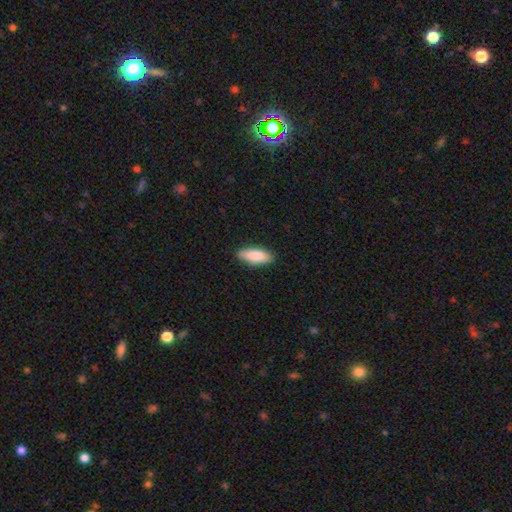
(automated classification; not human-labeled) Q: Smooth or featured?
A: smooth (86%); runner-up: featured or disk (9%)
Q: How rounded?
A: in between (65%); runner-up: cigar-shaped (33%)
Q: Merging?
A: none (87%); runner-up: minor disturbance (10%)